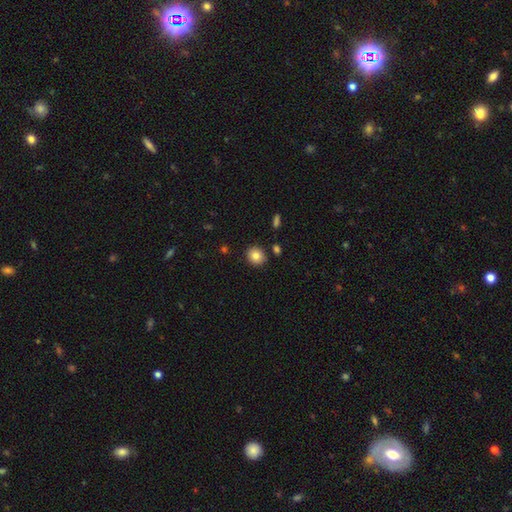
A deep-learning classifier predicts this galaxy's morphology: Overall: smooth (84%). How rounded: round (82%). Merging: none (87%).